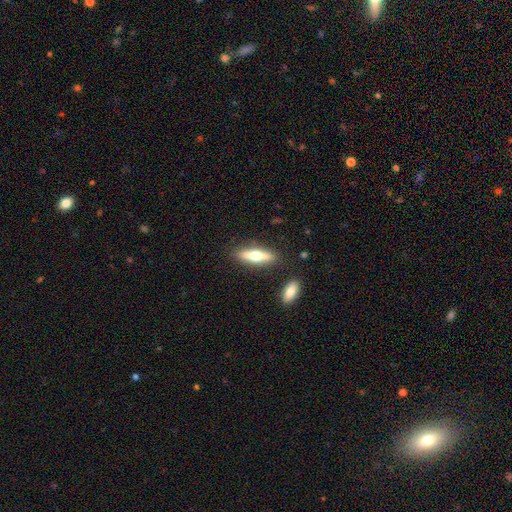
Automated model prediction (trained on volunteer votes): featured or disk 47% (tied), smooth 47% (tied), star or artifact 6%. Down the decision tree: merging — none (84%).